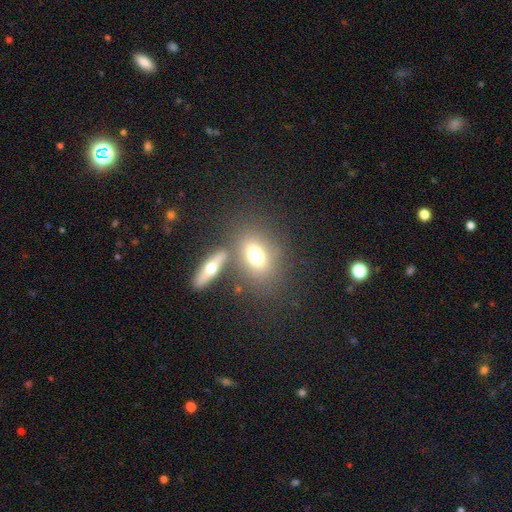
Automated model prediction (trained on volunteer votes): This appears to be a smooth galaxy with no disk features (68%) that is in between round and cigar-shaped (73%). Merging: none (59%).